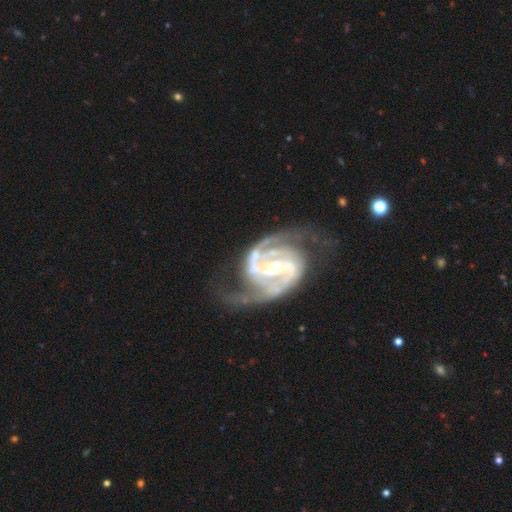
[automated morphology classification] Smooth or featured? featured or disk (93%)
Edge-on disk? no (98%)
Bar? weak (45%)
Spiral arms? yes (98%)
Spiral winding? medium (52%)
Spiral arm count? 2 (78%)
Bulge size? moderate (59%)
Merging? none (50%)